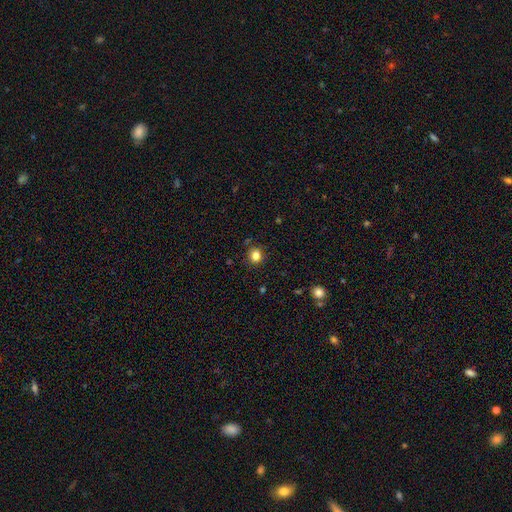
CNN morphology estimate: Overall: smooth (82%). How rounded: round (83%). Merging: none (86%).